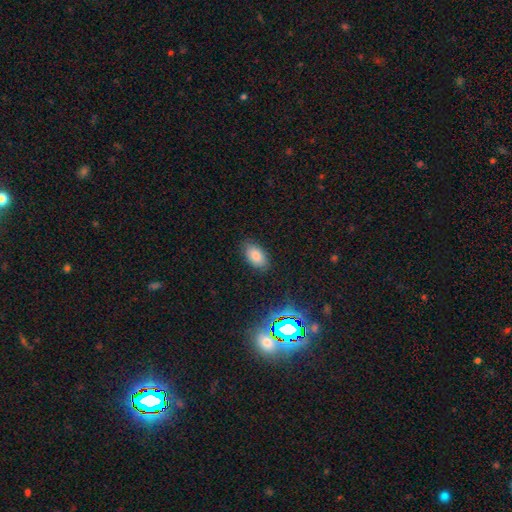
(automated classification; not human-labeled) Q: Smooth or featured?
A: smooth (79%); runner-up: star or artifact (13%)
Q: How rounded?
A: in between (93%); runner-up: round (6%)
Q: Merging?
A: none (86%); runner-up: minor disturbance (10%)